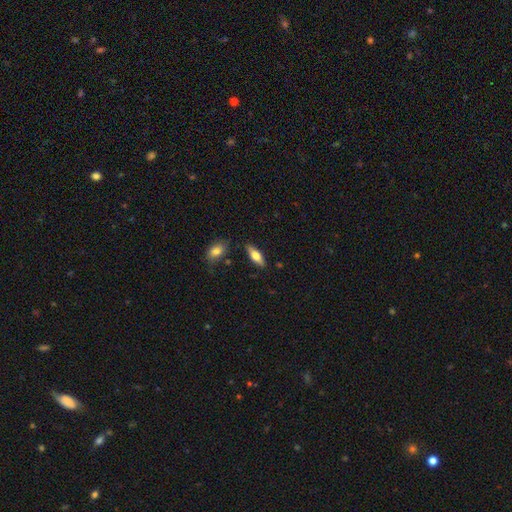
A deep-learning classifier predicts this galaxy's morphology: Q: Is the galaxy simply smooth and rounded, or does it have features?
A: smooth — 65%.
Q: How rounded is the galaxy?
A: in between — 67%.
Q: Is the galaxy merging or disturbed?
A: none — 82%.